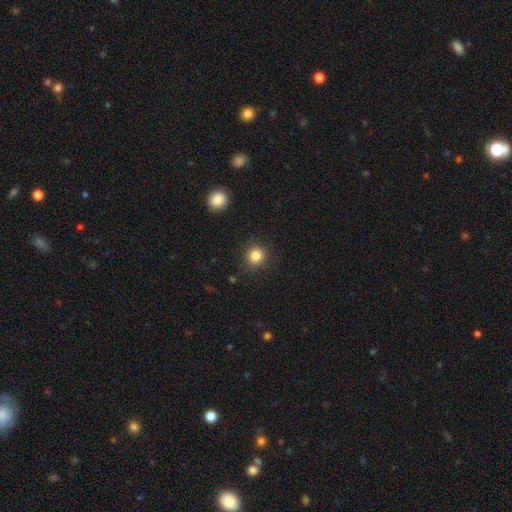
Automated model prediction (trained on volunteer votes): smooth-or-featured: smooth: 84% | star or artifact: 11% | featured or disk: 5%
  how-rounded: round: 90% | in between: 9% | cigar-shaped: 1%
  merging: none: 89% | minor disturbance: 7% | major disturbance: 3% | merger: 1%